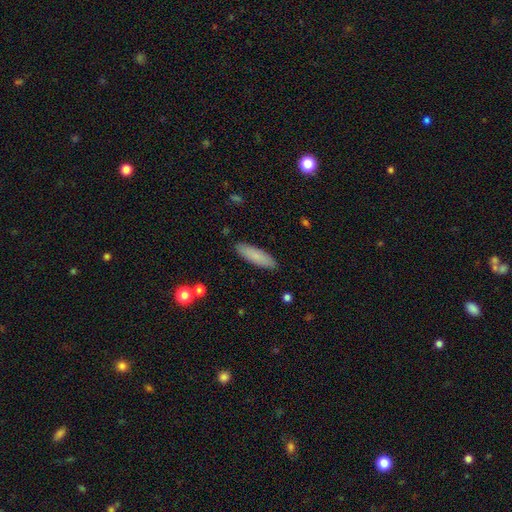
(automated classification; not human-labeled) smooth 84%, featured or disk 10%, star or artifact 7%. Down the decision tree: how rounded — cigar-shaped (66%); merging — none (90%).